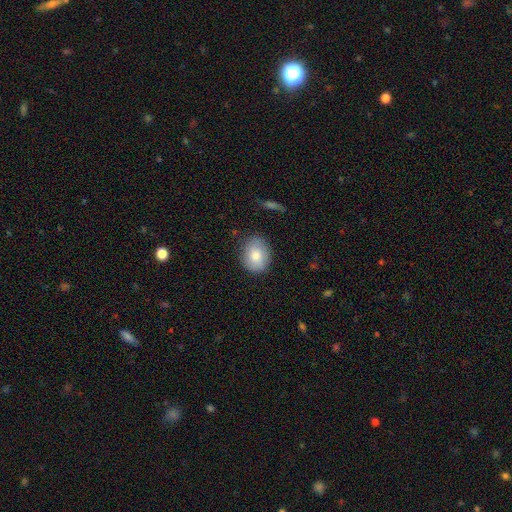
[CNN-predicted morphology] This appears to be a smooth galaxy with no disk features (79%) that is round (51%). Merging: none (82%).